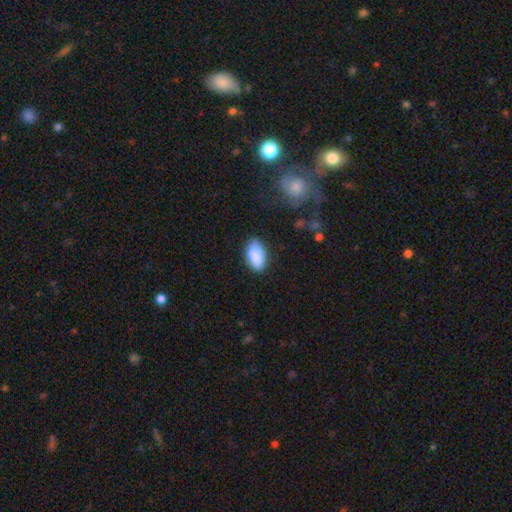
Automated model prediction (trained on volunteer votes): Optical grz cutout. It shows a smooth galaxy with no disk features (87%) that is in between round and cigar-shaped (93%). Merging: none (82%).